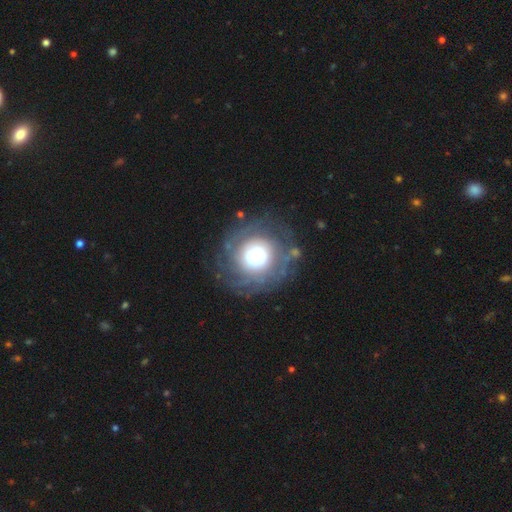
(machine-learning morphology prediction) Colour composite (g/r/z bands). It shows a featured or disk galaxy (60%) with no bar (87%), spiral arms (73%) and a large central bulge (57%). Merging: none (73%).